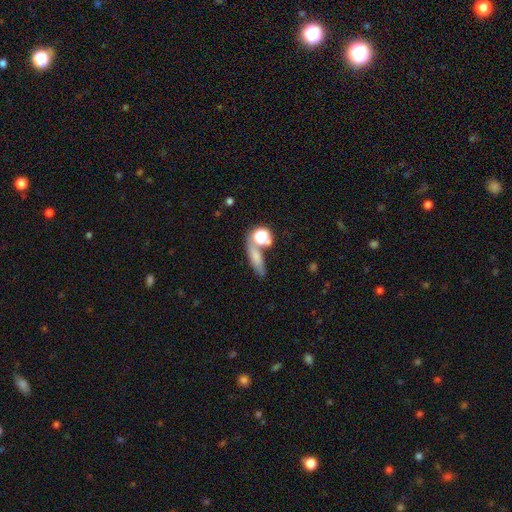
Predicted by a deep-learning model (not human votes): Smooth or featured? Predicted: smooth (p=0.68). How rounded? Predicted: cigar-shaped (p=0.44). Merging? Predicted: none (p=0.55).